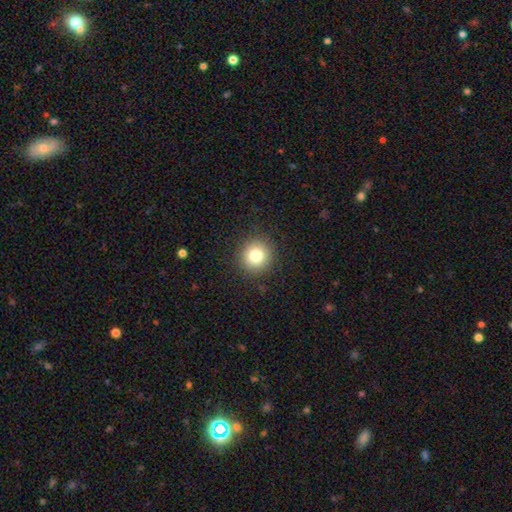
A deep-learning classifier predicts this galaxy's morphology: A smooth galaxy with no disk features (79%) that is round (93%). Merging: none (91%).